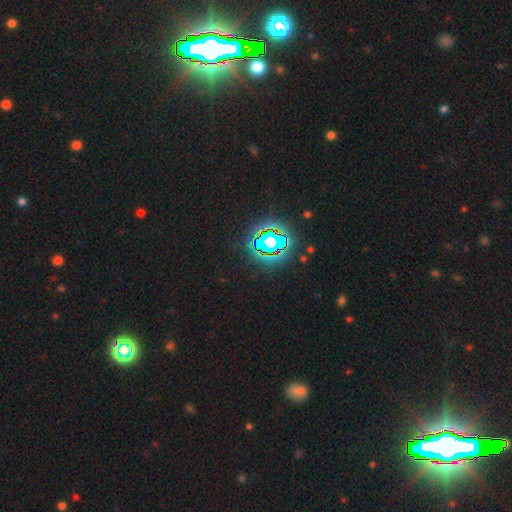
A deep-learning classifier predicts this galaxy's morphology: type=star or artifact (84%).